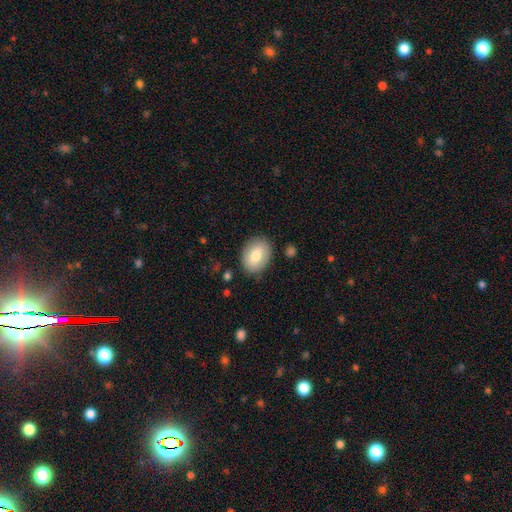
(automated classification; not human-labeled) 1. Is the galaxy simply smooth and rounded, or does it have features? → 75% smooth, 18% featured or disk, 7% star or artifact.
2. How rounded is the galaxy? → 70% in between, 29% round, 1% cigar-shaped.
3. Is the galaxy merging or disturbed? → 85% none, 11% minor disturbance, 3% major disturbance, 1% merger.